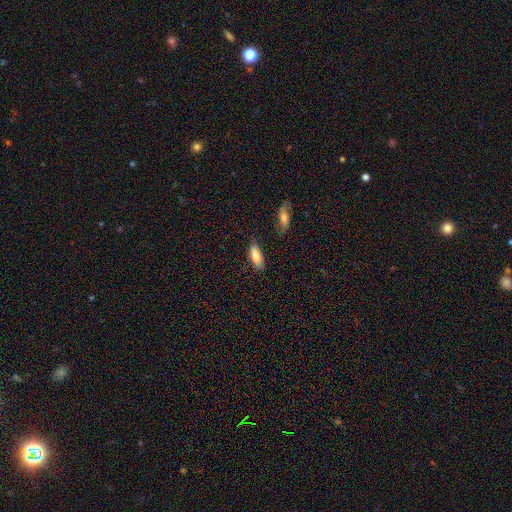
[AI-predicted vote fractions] Q: Smooth or featured?
A: smooth (82%); runner-up: featured or disk (11%)
Q: How rounded?
A: in between (68%); runner-up: cigar-shaped (30%)
Q: Merging?
A: none (77%); runner-up: minor disturbance (16%)